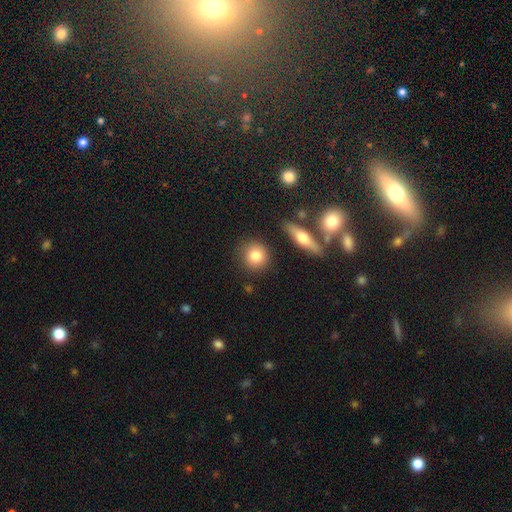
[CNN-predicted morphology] smooth 81%, featured or disk 12%, star or artifact 8%. Down the decision tree: how rounded — round (86%); merging — none (85%).